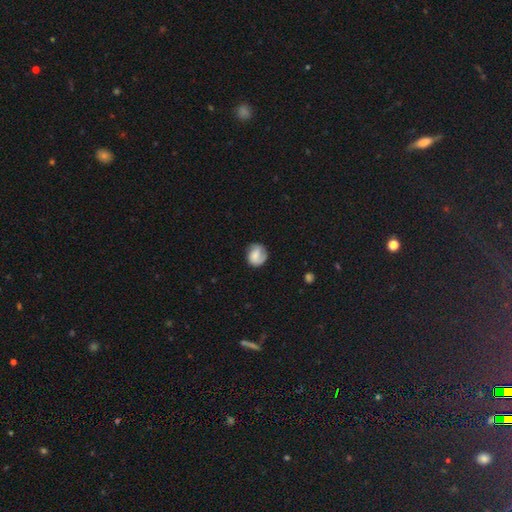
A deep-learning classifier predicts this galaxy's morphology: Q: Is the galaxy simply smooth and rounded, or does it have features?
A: smooth — 56%.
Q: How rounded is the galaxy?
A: round — 76%.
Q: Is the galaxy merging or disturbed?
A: none — 65%.